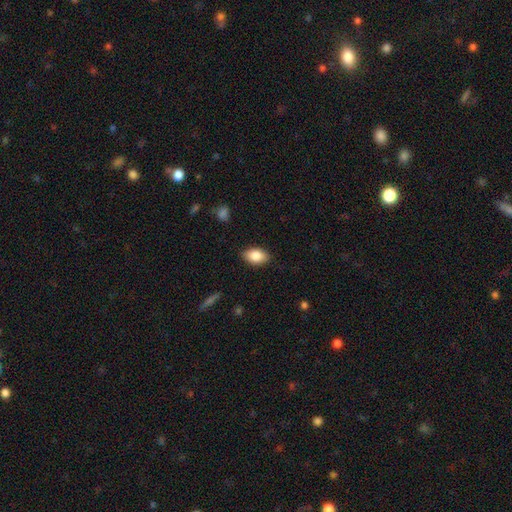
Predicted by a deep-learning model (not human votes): A smooth galaxy with no disk features (85%) that is in between round and cigar-shaped (90%).

Vote fractions:
- Smooth or featured? smooth: 85% / featured or disk: 8% / star or artifact: 7%
- How rounded? in between: 90% / round: 8% / cigar-shaped: 2%
- Merging? none: 85% / minor disturbance: 11% / major disturbance: 2% / merger: 1%